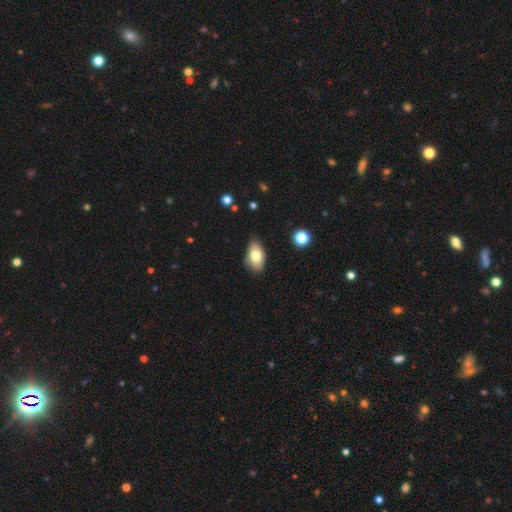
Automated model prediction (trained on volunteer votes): Smooth or featured? Predicted: smooth (p=0.76). How rounded? Predicted: in between (p=0.92). Merging? Predicted: none (p=0.78).